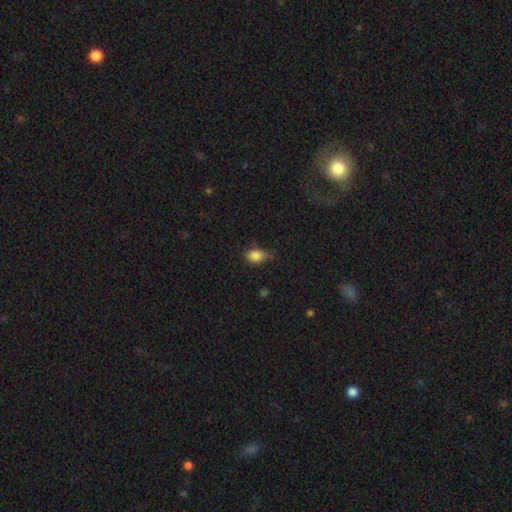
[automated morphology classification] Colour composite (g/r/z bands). It shows a smooth galaxy with no disk features (85%) that is in between round and cigar-shaped (74%). Merging: none (61%).